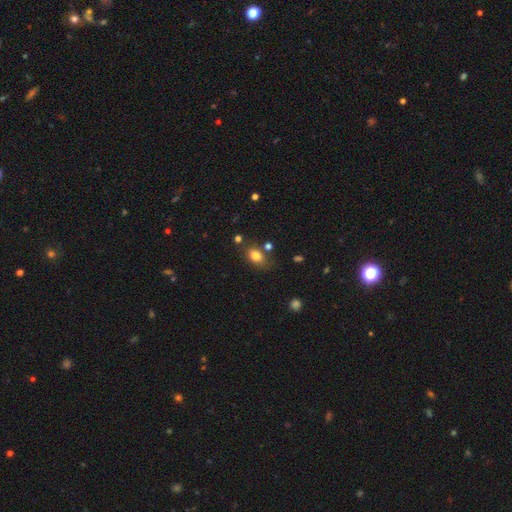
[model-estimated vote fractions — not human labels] Q: Smooth or featured?
A: smooth (81%); runner-up: star or artifact (11%)
Q: How rounded?
A: in between (74%); runner-up: round (24%)
Q: Merging?
A: none (70%); runner-up: minor disturbance (17%)